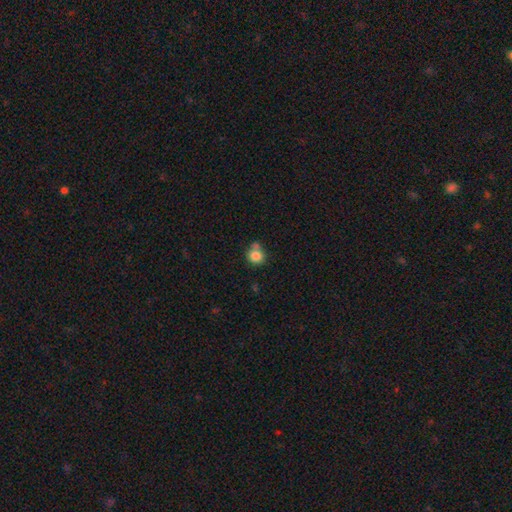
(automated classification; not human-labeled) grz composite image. It shows a smooth galaxy with no disk features (84%) that is round (86%). Merging: none (55%).